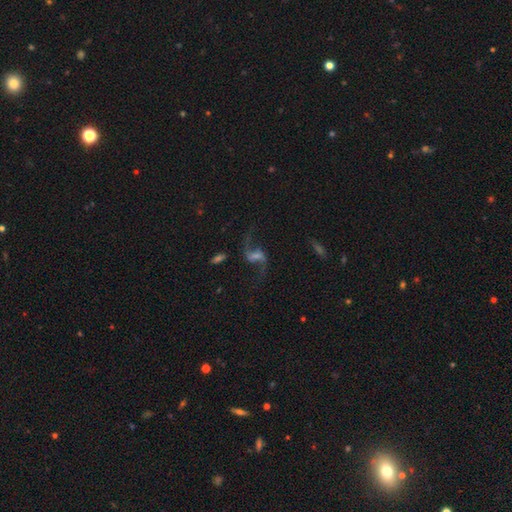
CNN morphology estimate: The model was most divided on "bulge size": small: 32%, none: 30%, moderate: 26%, large: 9%, dominant: 2%. Remaining: edge-on disk — no (95%); spiral arms — yes (95%); spiral arm count — 2 (93%); spiral winding — loose (88%); smooth or featured — featured or disk (83%); merging — none (74%); bar — weak (48%).